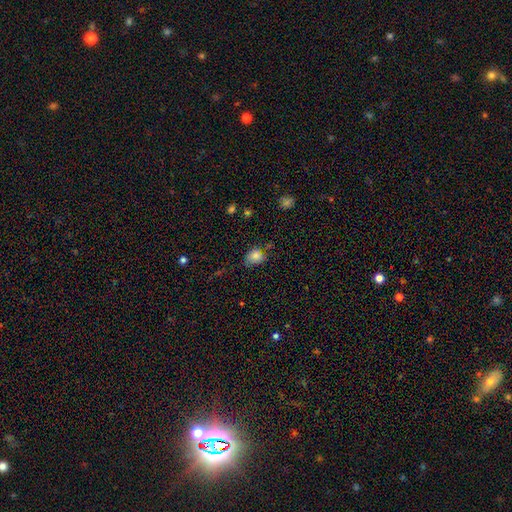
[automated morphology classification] Smooth or featured: smooth — 82% (star or artifact — 11%)
How rounded: in between — 52% (round — 46%)
Merging: none — 55% (minor disturbance — 33%)